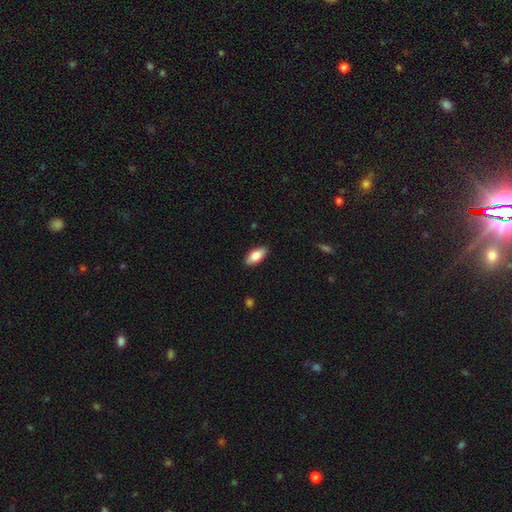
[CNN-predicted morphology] smooth 82%, featured or disk 12%, star or artifact 6%. Down the decision tree: how rounded — in between (90%); merging — none (89%).